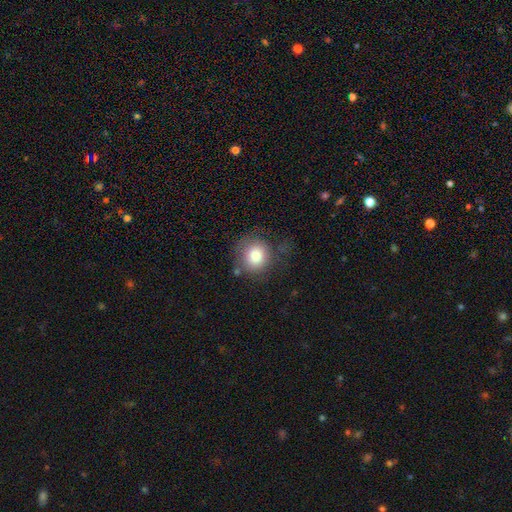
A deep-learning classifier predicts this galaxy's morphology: smooth-or-featured: smooth: 81% | featured or disk: 10% | star or artifact: 9%
  how-rounded: round: 86% | in between: 13% | cigar-shaped: 1%
  merging: none: 65% | minor disturbance: 20% | major disturbance: 10% | merger: 5%